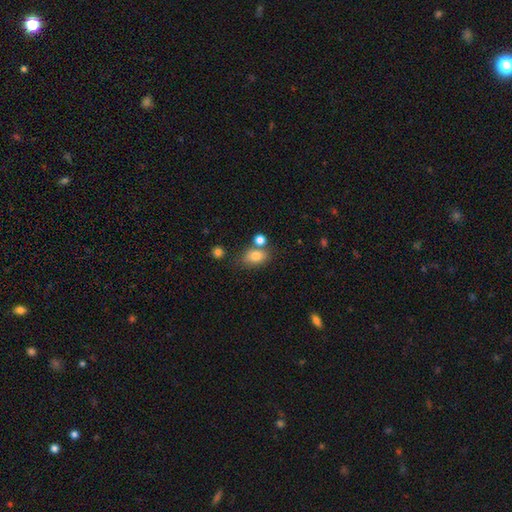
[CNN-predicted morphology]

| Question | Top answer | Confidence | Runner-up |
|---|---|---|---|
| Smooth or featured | smooth | 79% | star or artifact (11%) |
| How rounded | in between | 73% | round (26%) |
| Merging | none | 60% | merger (20%) |